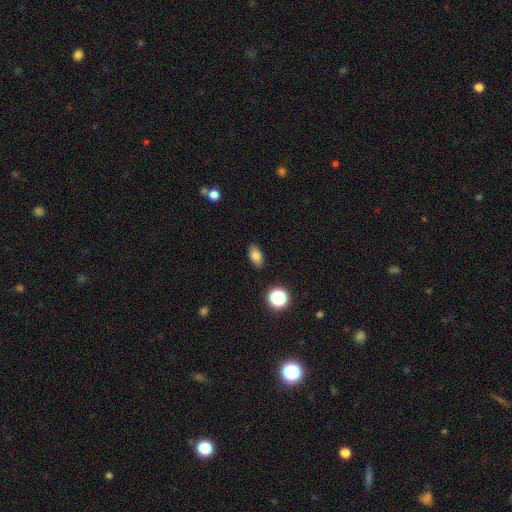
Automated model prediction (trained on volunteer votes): Smooth or featured: smooth — 80% (star or artifact — 11%)
How rounded: in between — 86% (round — 9%)
Merging: none — 88% (minor disturbance — 9%)